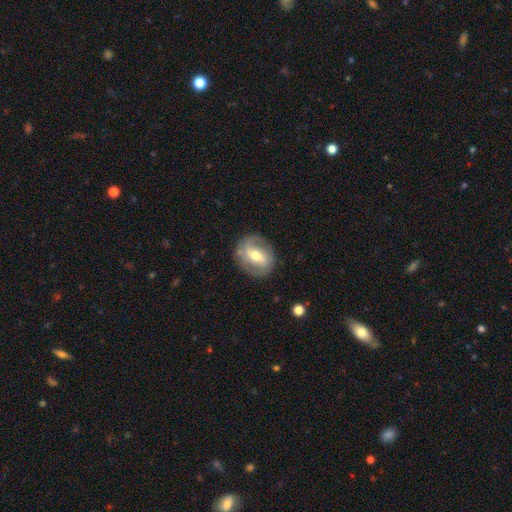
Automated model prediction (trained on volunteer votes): Smooth or featured: featured or disk — 69% (smooth — 25%)
Edge-on disk: no — 95% (yes — 5%)
Bar: weak — 43% (strong — 40%)
Spiral arms: yes — 76% (no — 24%)
Spiral winding: medium — 42% (tight — 32%)
Spiral arm count: 2 — 81% (can't tell — 11%)
Bulge size: moderate — 67% (small — 23%)
Merging: none — 81% (minor disturbance — 13%)